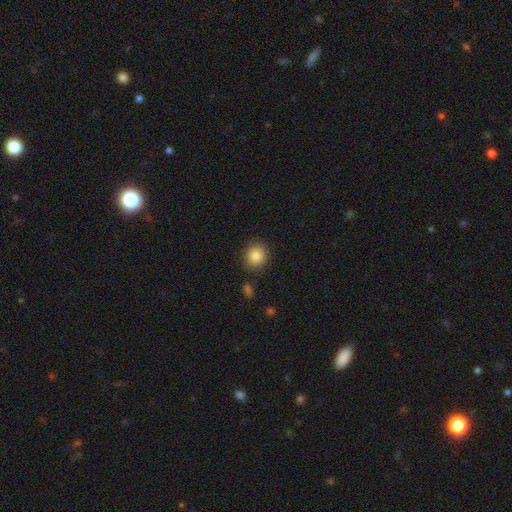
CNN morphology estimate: This appears to be a smooth galaxy with no disk features (86%) that is round (81%). Merging: none (86%).